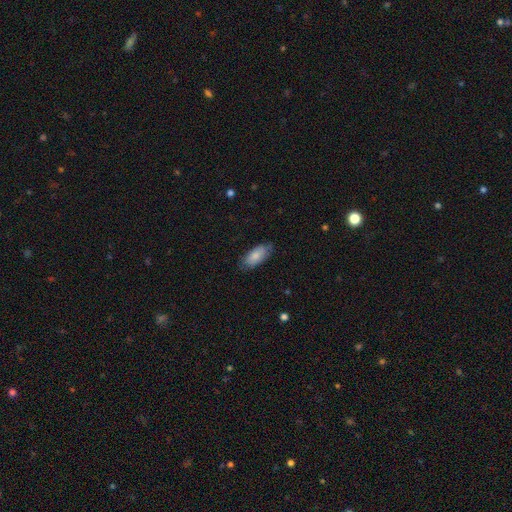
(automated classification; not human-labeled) Smooth or featured?
  - smooth: 80% *
  - featured or disk: 14%
  - star or artifact: 6%
How rounded?
  - in between: 88% *
  - cigar-shaped: 10%
  - round: 2%
Merging?
  - none: 75% *
  - minor disturbance: 20%
  - major disturbance: 4%
  - merger: 1%